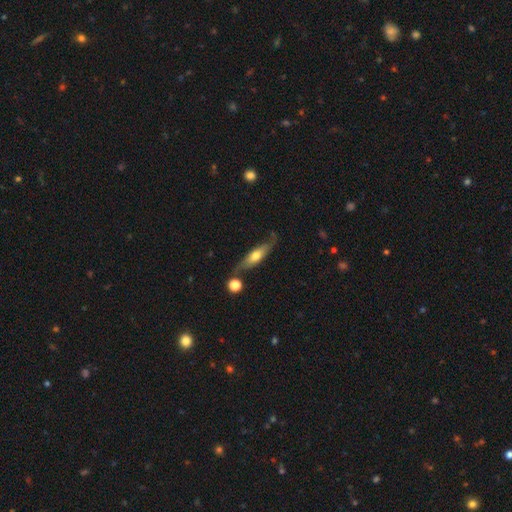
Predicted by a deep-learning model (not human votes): Smooth or featured? featured or disk (51%)
Edge-on disk? yes (69%)
Merging? none (64%)